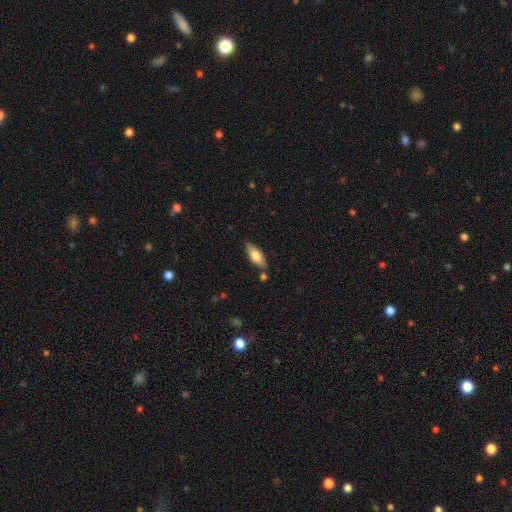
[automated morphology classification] Smooth or featured? Predicted: smooth (p=0.71). How rounded? Predicted: in between (p=0.70). Merging? Predicted: none (p=0.79).